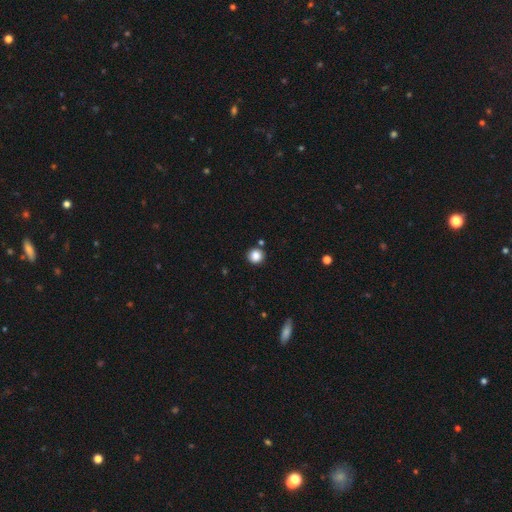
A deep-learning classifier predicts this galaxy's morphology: Smooth or featured?
  - smooth: 86% *
  - star or artifact: 11%
  - featured or disk: 3%
How rounded?
  - round: 93% *
  - in between: 6%
  - cigar-shaped: 1%
Merging?
  - none: 86% *
  - minor disturbance: 7%
  - merger: 5%
  - major disturbance: 2%